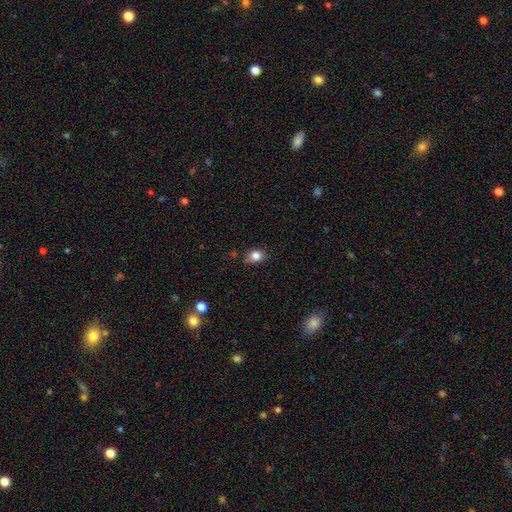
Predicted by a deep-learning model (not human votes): Smooth or featured?
  - smooth: 82% *
  - star or artifact: 11%
  - featured or disk: 6%
How rounded?
  - round: 59% *
  - in between: 40%
  - cigar-shaped: 1%
Merging?
  - none: 71% *
  - minor disturbance: 22%
  - major disturbance: 4%
  - merger: 3%